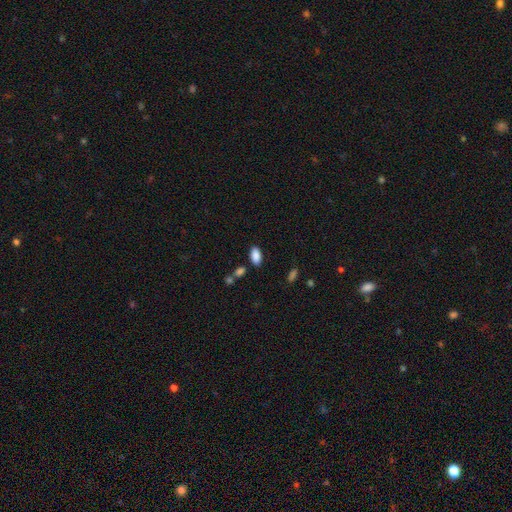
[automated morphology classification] This appears to be a smooth galaxy with no disk features (88%) that is in between round and cigar-shaped (93%). Merging: none (81%).